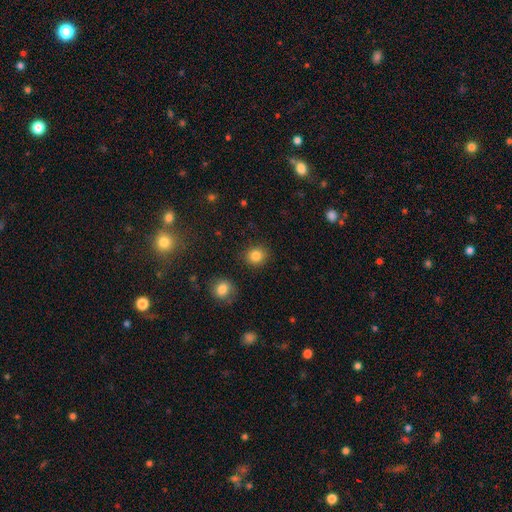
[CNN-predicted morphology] Q: Smooth or featured?
A: smooth (84%); runner-up: star or artifact (11%)
Q: How rounded?
A: round (83%); runner-up: in between (16%)
Q: Merging?
A: none (88%); runner-up: minor disturbance (8%)